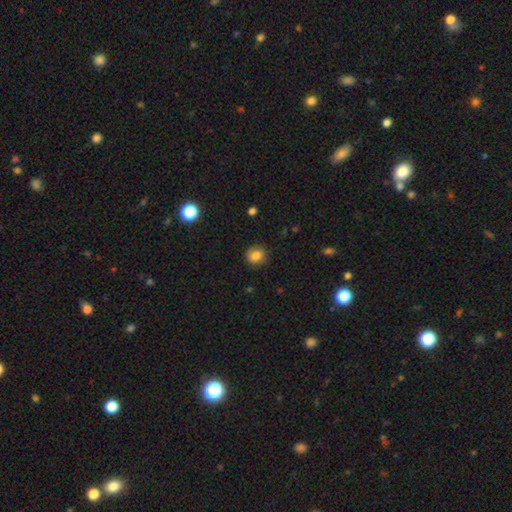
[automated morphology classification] Smooth or featured? smooth (84%)
How rounded? round (86%)
Merging? none (89%)